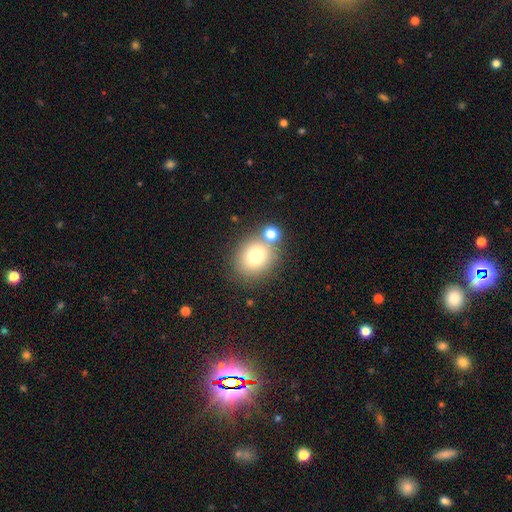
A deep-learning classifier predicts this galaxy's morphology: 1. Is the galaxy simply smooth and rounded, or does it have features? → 75% smooth, 13% featured or disk, 12% star or artifact.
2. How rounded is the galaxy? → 65% round, 34% in between, 1% cigar-shaped.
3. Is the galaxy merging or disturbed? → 65% none, 19% merger, 11% minor disturbance, 4% major disturbance.